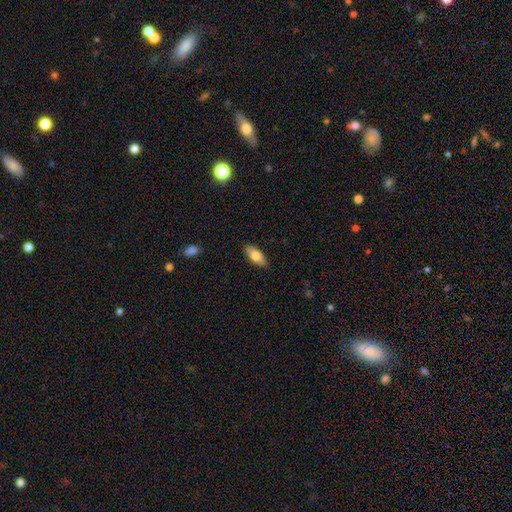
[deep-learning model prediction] Smooth or featured? Predicted: smooth (p=0.77). How rounded? Predicted: in between (p=0.85). Merging? Predicted: none (p=0.88).